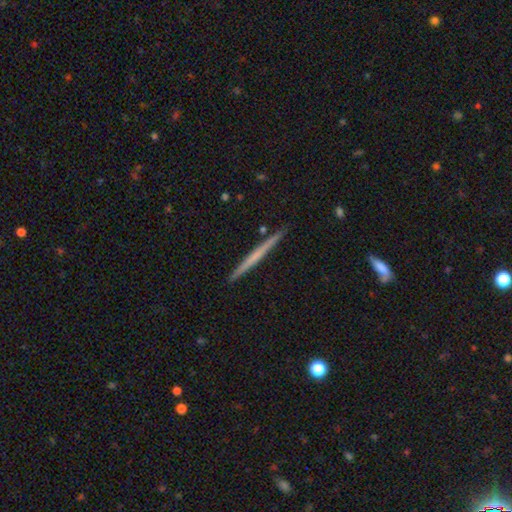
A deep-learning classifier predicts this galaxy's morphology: Smooth or featured: featured or disk — 52% (smooth — 42%)
Edge-on disk: yes — 98% (no — 2%)
Edge-on bulge: none — 87% (rounded — 9%)
Merging: none — 92% (minor disturbance — 6%)